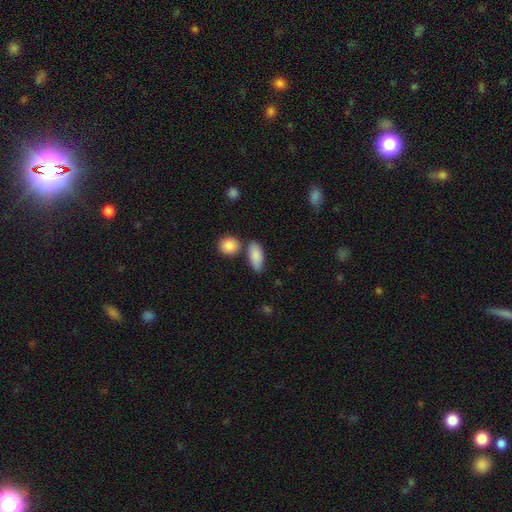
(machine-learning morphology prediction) Smooth or featured: smooth — 86% (featured or disk — 8%)
How rounded: in between — 84% (cigar-shaped — 12%)
Merging: none — 68% (minor disturbance — 16%)